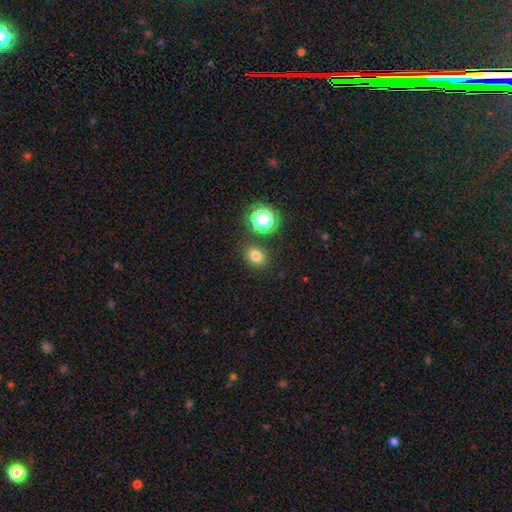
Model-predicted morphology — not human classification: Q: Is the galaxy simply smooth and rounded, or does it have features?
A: smooth — 76%.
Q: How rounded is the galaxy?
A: round — 66%.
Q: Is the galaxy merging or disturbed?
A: none — 84%.